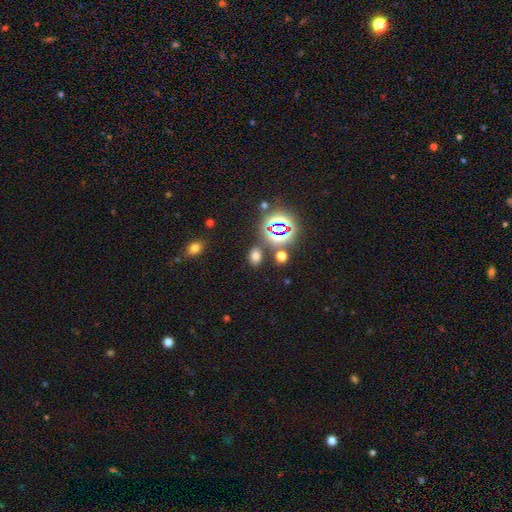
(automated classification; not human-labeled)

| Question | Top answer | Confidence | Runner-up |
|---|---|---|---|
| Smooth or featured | smooth | 63% | star or artifact (30%) |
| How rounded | in between | 74% | round (25%) |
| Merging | none | 81% | minor disturbance (10%) |